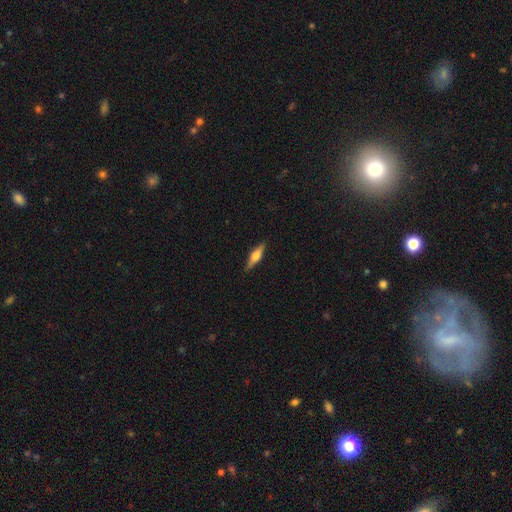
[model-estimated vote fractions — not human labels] Smooth or featured? Predicted: featured or disk (p=0.57). Edge-on disk? Predicted: yes (p=0.96). Edge-on bulge? Predicted: rounded (p=0.88). Merging? Predicted: none (p=0.88).